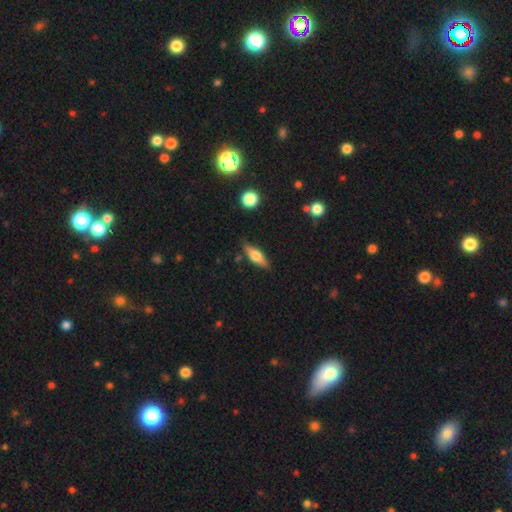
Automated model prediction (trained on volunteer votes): Smooth or featured: smooth — 47% (featured or disk — 46%)
Merging: none — 81% (minor disturbance — 13%)